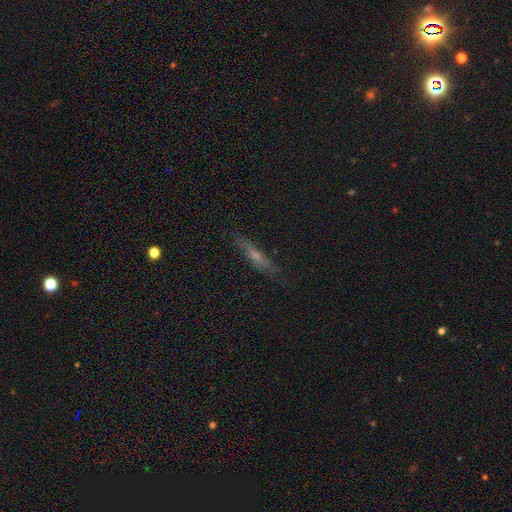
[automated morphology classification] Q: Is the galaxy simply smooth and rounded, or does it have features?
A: smooth — 46%.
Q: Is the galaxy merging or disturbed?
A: none — 80%.